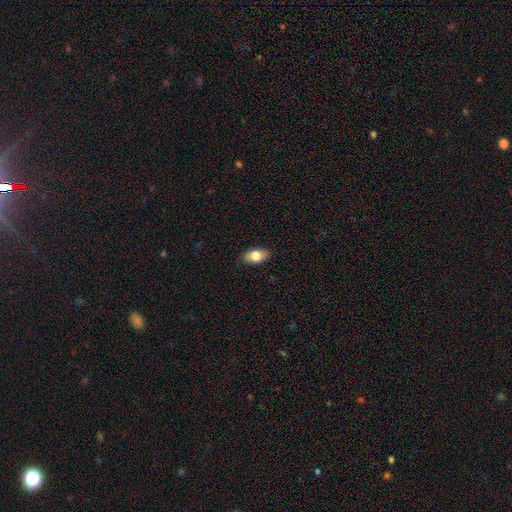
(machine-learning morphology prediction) A smooth galaxy with no disk features (80%) that is in between round and cigar-shaped (91%). Merging: none (87%).